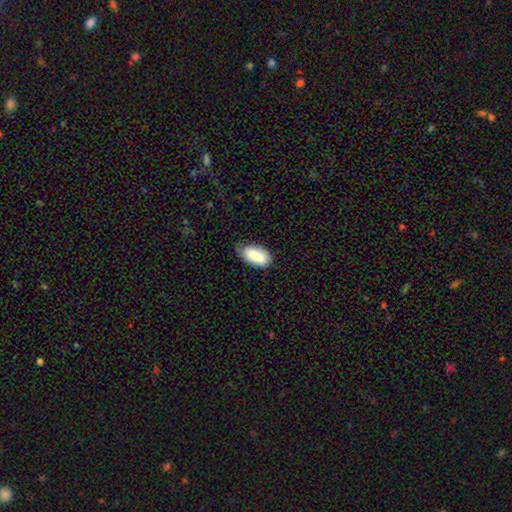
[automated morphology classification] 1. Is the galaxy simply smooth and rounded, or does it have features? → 85% smooth, 9% featured or disk, 6% star or artifact.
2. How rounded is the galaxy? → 94% in between, 3% cigar-shaped, 2% round.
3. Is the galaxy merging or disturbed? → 59% none, 32% minor disturbance, 7% major disturbance, 2% merger.